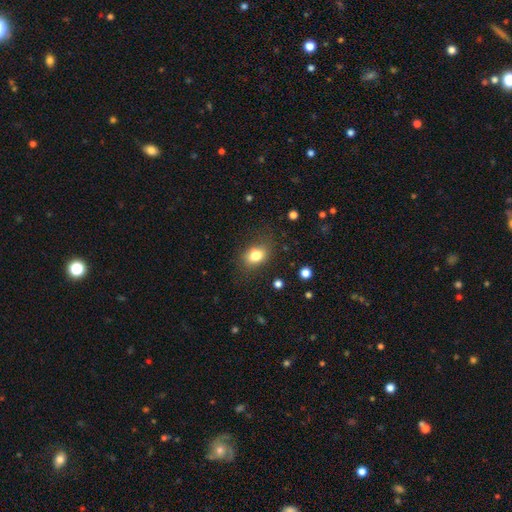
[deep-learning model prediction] The model was most divided on "how rounded": in between: 68%, round: 31%, cigar-shaped: 1%. More confident: smooth or featured — smooth (80%); merging — none (73%).